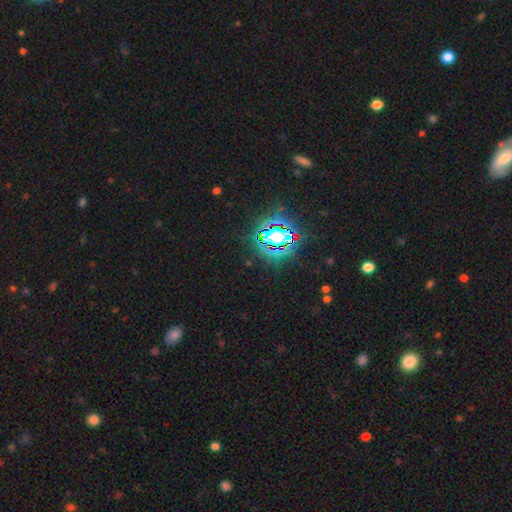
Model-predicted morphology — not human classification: This is clearly a star or artifact rather than a galaxy (82%).